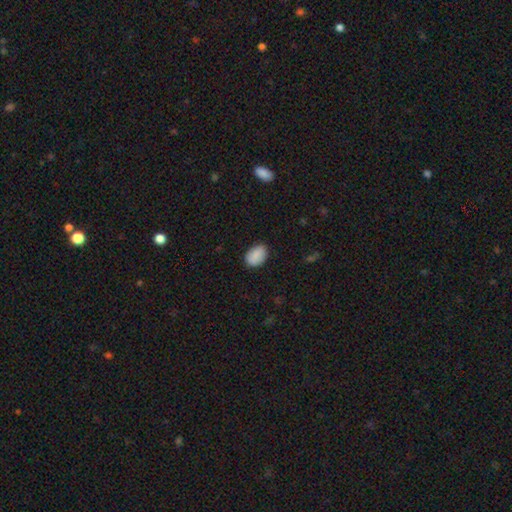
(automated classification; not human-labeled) The model was most divided on "merging": none: 82%, minor disturbance: 14%, major disturbance: 3%, merger: 1%. More confident: smooth or featured — smooth (89%); how rounded — in between (87%).